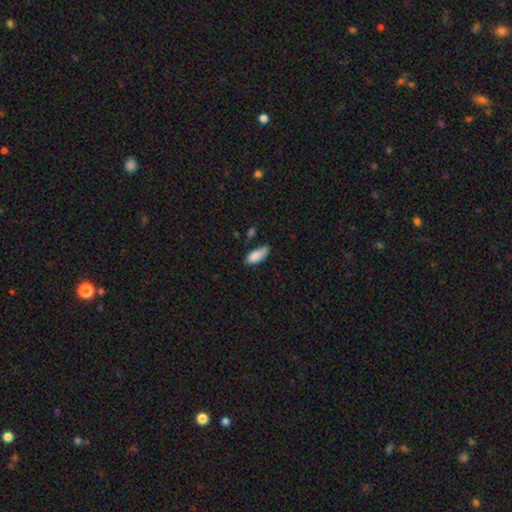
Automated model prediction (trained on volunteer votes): Morphology: type=smooth (86%); roundness=in between (81%); merging=none (55%).